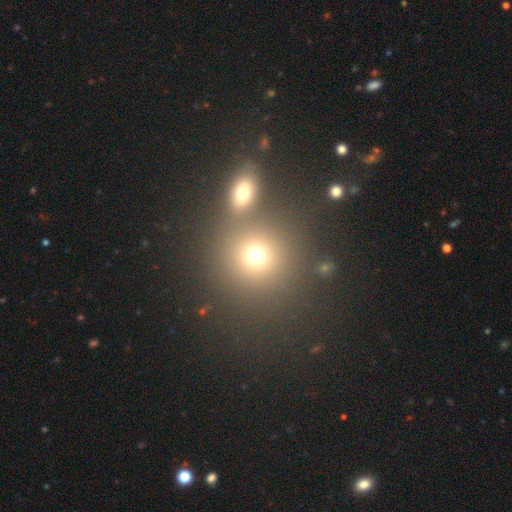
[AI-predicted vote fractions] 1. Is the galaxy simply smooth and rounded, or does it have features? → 70% smooth, 20% star or artifact, 10% featured or disk.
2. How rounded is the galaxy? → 89% round, 10% in between, 1% cigar-shaped.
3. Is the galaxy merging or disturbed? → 62% none, 27% merger, 7% minor disturbance, 4% major disturbance.